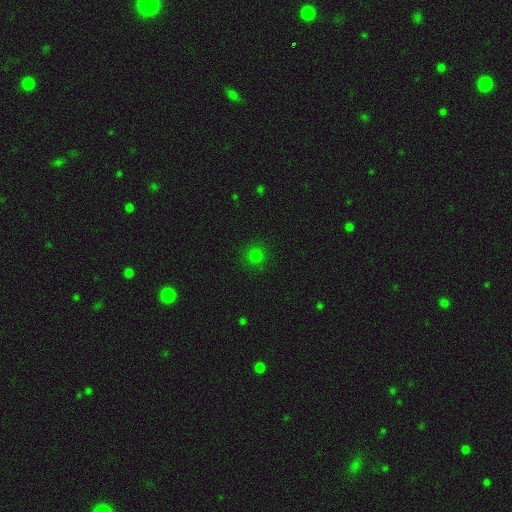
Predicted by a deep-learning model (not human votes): Q: Smooth or featured?
A: smooth (76%); runner-up: star or artifact (19%)
Q: How rounded?
A: round (93%); runner-up: in between (6%)
Q: Merging?
A: none (90%); runner-up: minor disturbance (7%)